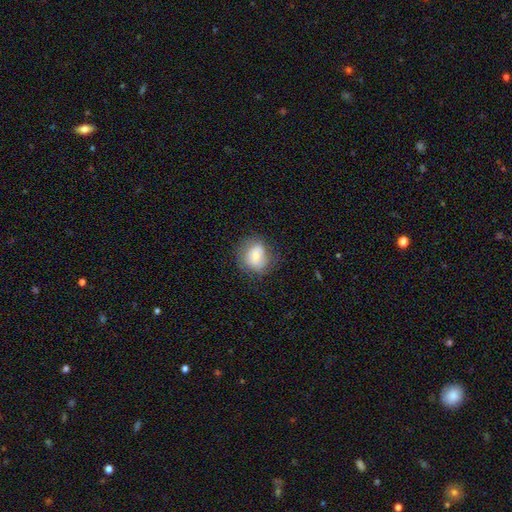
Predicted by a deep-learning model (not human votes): Q: Smooth or featured?
A: smooth (68%); runner-up: featured or disk (23%)
Q: How rounded?
A: round (67%); runner-up: in between (32%)
Q: Merging?
A: none (67%); runner-up: minor disturbance (22%)